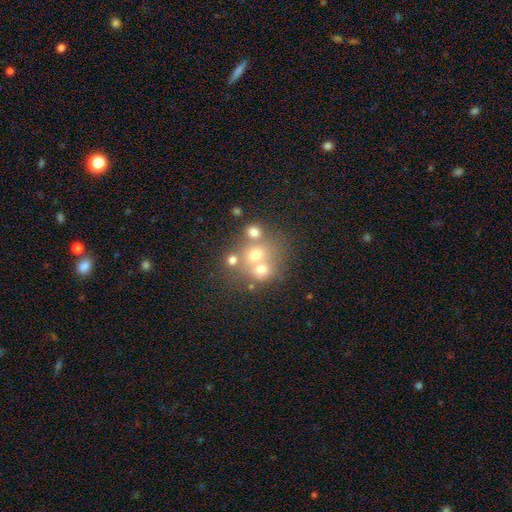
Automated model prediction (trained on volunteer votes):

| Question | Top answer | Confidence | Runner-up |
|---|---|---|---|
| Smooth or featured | smooth | 55% | featured or disk (27%) |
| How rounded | round | 77% | in between (22%) |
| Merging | merger | 50% | none (37%) |